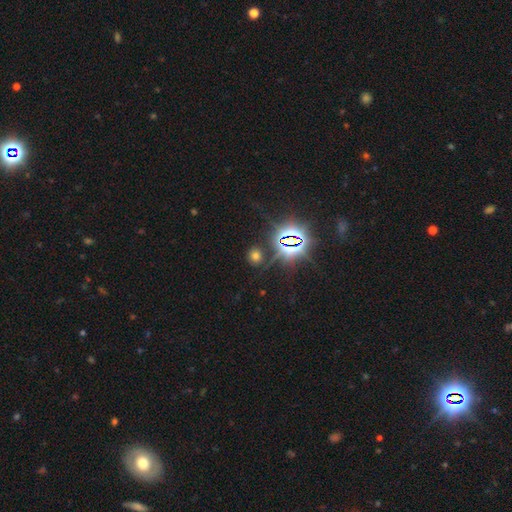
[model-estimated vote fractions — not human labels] smooth 52%, star or artifact 41%, featured or disk 7%. Down the decision tree: how rounded — round (81%); merging — none (84%).